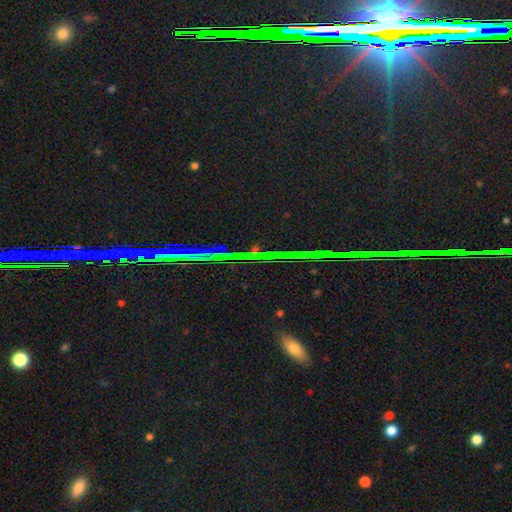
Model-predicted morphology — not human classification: Smooth or featured? Predicted: star or artifact (p=0.85).